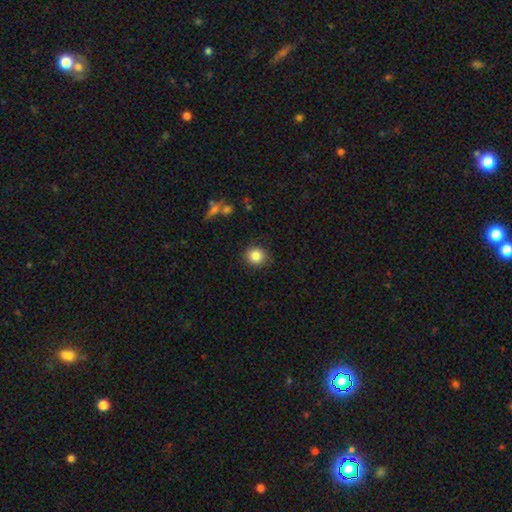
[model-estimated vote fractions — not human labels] Smooth or featured: smooth — 85% (star or artifact — 10%)
How rounded: round — 84% (in between — 15%)
Merging: none — 86% (minor disturbance — 10%)